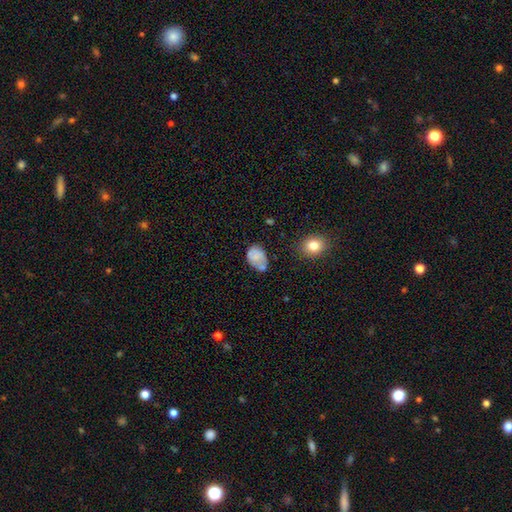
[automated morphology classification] Smooth or featured?
  - smooth: 73% *
  - featured or disk: 17%
  - star or artifact: 10%
How rounded?
  - in between: 79% *
  - round: 20%
  - cigar-shaped: 1%
Merging?
  - none: 43% *
  - minor disturbance: 32%
  - major disturbance: 13%
  - merger: 12%